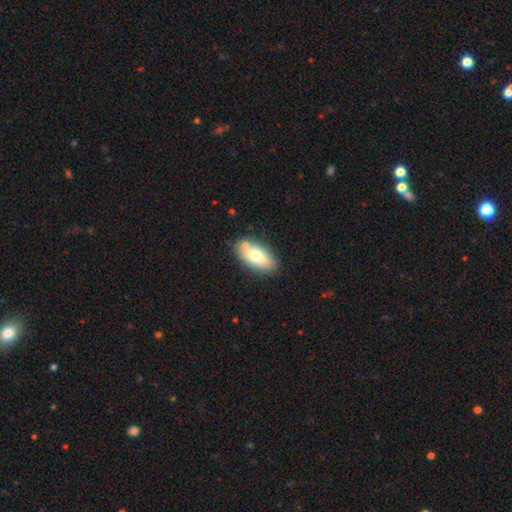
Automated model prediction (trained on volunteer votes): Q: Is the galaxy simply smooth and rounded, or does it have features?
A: smooth — 72%.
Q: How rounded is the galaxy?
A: in between — 90%.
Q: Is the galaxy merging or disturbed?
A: none — 76%.